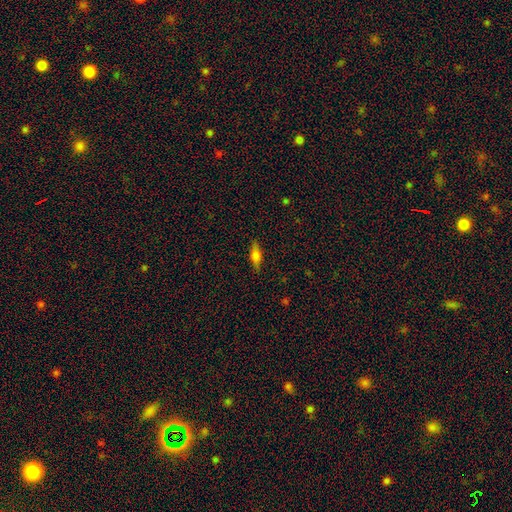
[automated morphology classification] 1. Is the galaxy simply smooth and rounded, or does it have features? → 64% smooth, 27% featured or disk, 9% star or artifact.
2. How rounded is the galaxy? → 56% in between, 41% cigar-shaped, 3% round.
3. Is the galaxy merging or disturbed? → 86% none, 11% minor disturbance, 2% major disturbance, 1% merger.